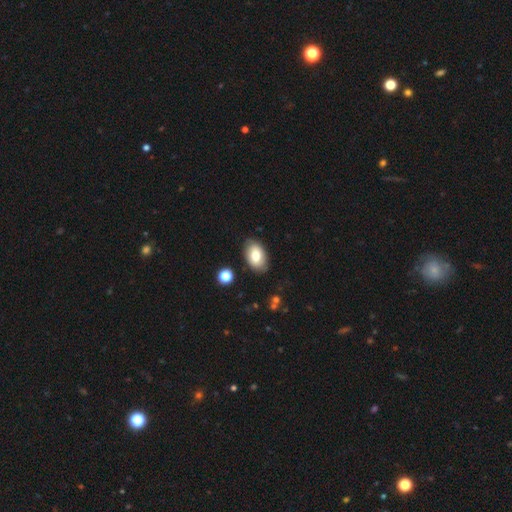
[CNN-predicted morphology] This is likely a smooth galaxy (76%). How rounded: clearly in between (91%). Merging: clearly none (82%).